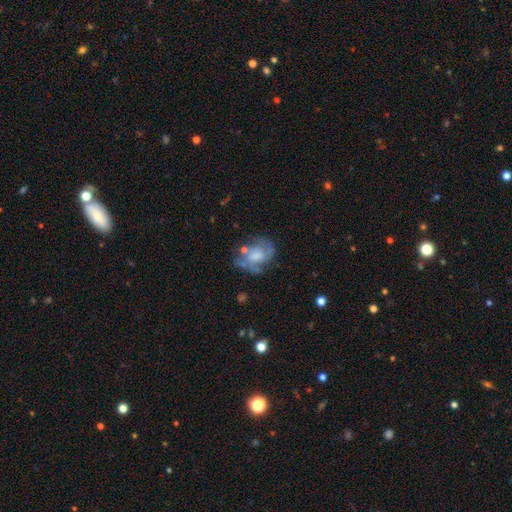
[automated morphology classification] Smooth or featured? featured or disk (60%)
Edge-on disk? no (97%)
Bar? no (68%)
Spiral arms? yes (68%)
Bulge size? moderate (38%)
Merging? none (47%)